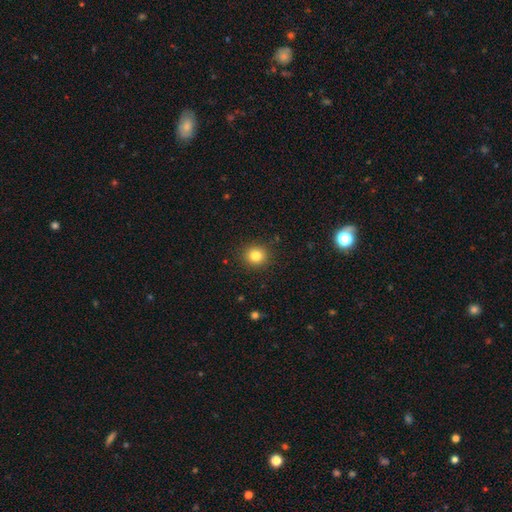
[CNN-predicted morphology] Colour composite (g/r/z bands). It shows a smooth galaxy with no disk features (82%) that is round (89%). Merging: none (90%).